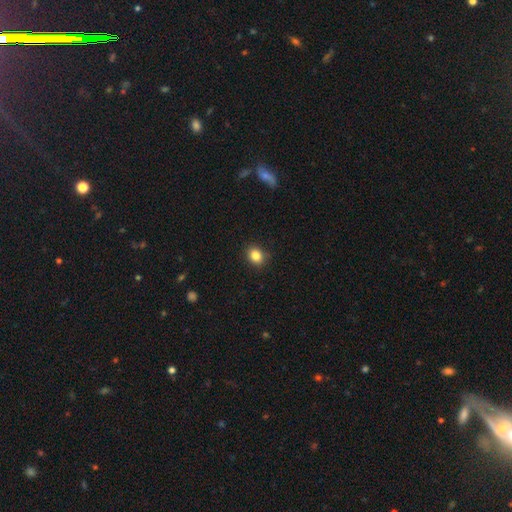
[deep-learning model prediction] smooth_or_featured: smooth (p=0.84) [alt: star or artifact p=0.10]
how_rounded: round (p=0.62) [alt: in between p=0.37]
merging: none (p=0.89) [alt: minor disturbance p=0.08]